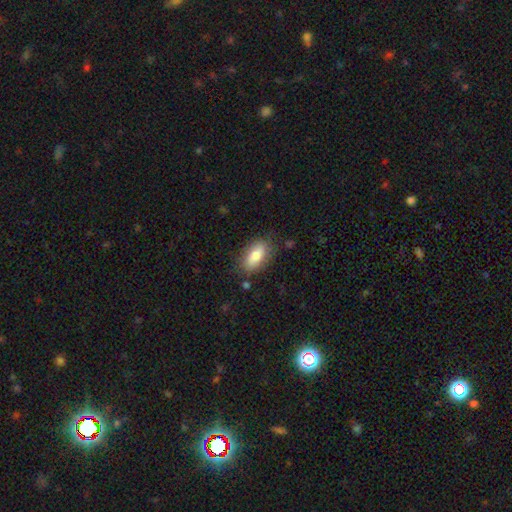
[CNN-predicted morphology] smooth 80%, featured or disk 14%, star or artifact 7%. Down the decision tree: how rounded — in between (88%); merging — none (78%).